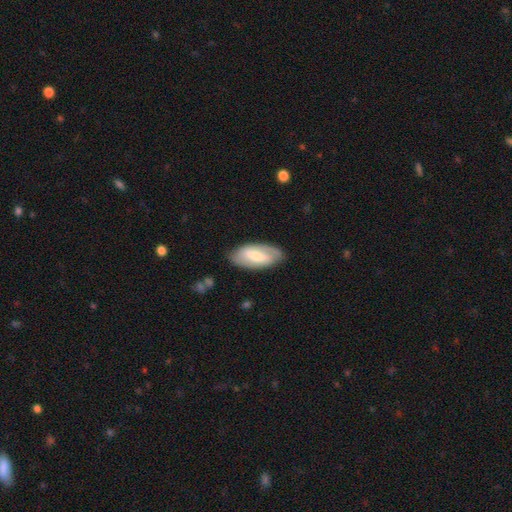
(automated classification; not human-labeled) The model was most divided on "smooth or featured": featured or disk: 50%, smooth: 44%, star or artifact: 6%. More confident: edge-on disk — no (90%); merging — none (80%).